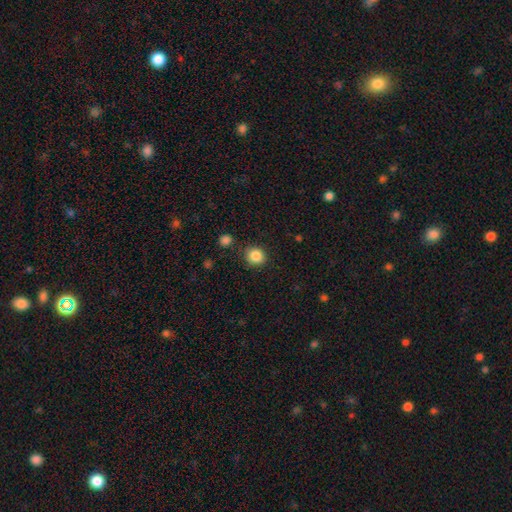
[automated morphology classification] smooth-or-featured: smooth: 86% | star or artifact: 10% | featured or disk: 4%
  how-rounded: round: 85% | in between: 14% | cigar-shaped: 1%
  merging: none: 86% | minor disturbance: 8% | merger: 3% | major disturbance: 3%